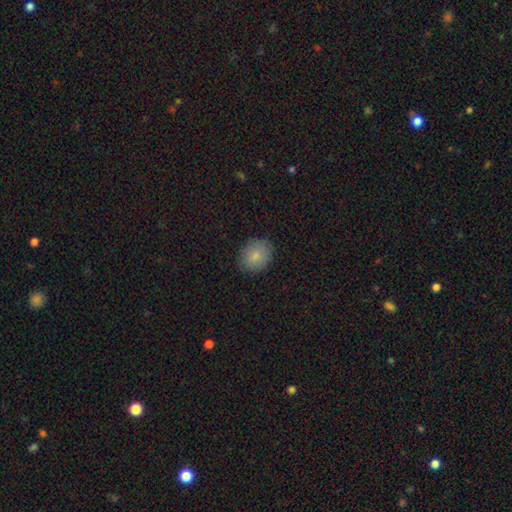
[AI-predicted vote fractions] Overall: smooth (84%). How rounded: round (57%; in between 42%). Merging: none (87%).